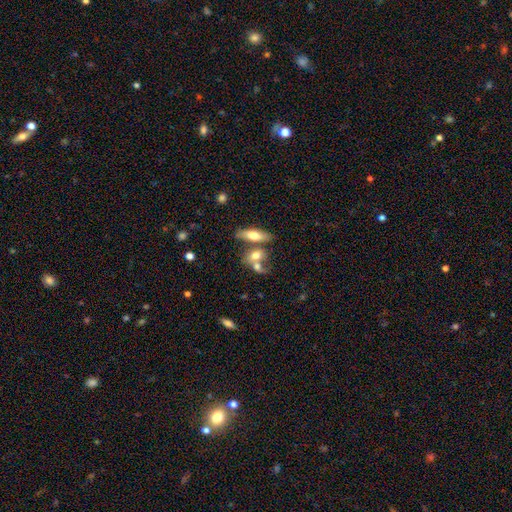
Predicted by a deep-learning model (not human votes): The model was most divided on "merging": merger: 52%, none: 32%, minor disturbance: 10%, major disturbance: 6%. More confident: how rounded — in between (66%); smooth or featured — smooth (66%).